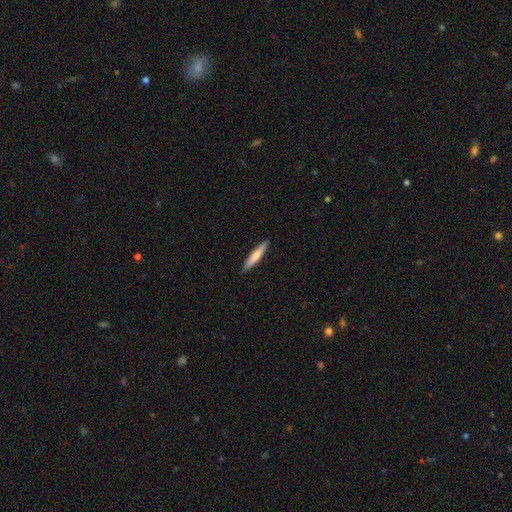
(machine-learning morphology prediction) smooth_or_featured: smooth (p=0.69) [alt: featured or disk p=0.26]
how_rounded: cigar-shaped (p=0.92) [alt: in between p=0.07]
merging: none (p=0.90) [alt: minor disturbance p=0.07]